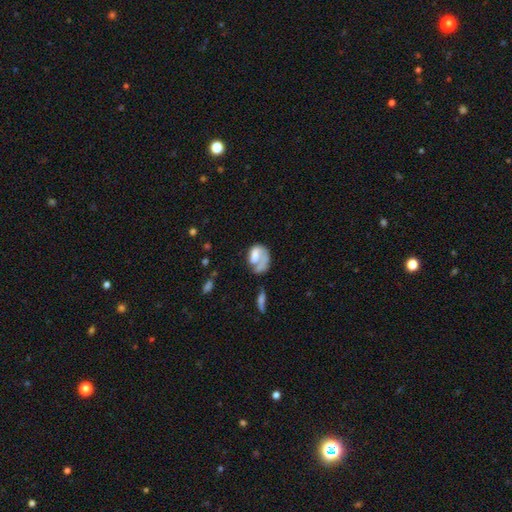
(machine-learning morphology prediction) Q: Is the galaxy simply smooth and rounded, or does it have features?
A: featured or disk — 52%.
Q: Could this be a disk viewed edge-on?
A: no — 97%.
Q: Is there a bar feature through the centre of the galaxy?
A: no — 64%.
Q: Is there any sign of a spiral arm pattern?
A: yes — 63%.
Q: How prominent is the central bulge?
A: moderate — 33%.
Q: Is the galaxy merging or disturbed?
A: major disturbance — 38%.